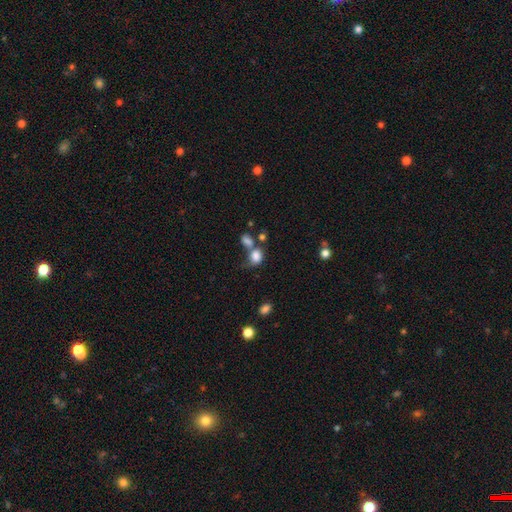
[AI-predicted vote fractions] Q: Smooth or featured?
A: smooth (79%); runner-up: star or artifact (11%)
Q: How rounded?
A: in between (59%); runner-up: round (39%)
Q: Merging?
A: merger (43%); runner-up: none (31%)